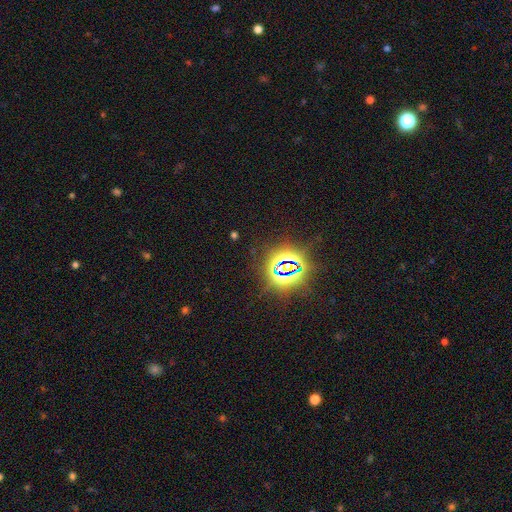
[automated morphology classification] Smooth or featured: star or artifact — 85% (smooth — 9%)